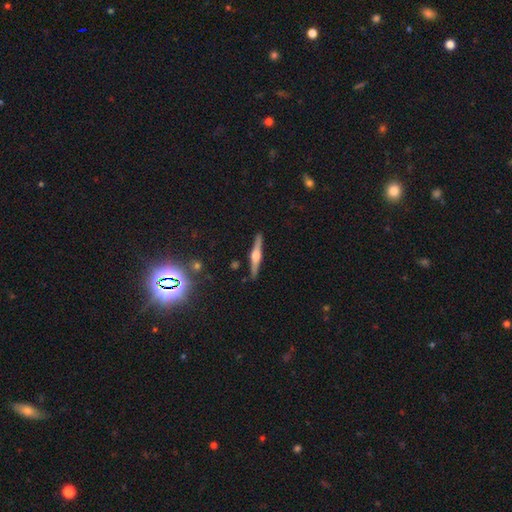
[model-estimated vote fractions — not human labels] smooth_or_featured: featured or disk (p=0.76) [alt: smooth p=0.18]
disk_edge_on: yes (p=0.98) [alt: no p=0.02]
edge_on_bulge: rounded (p=0.91) [alt: boxy p=0.07]
merging: none (p=0.90) [alt: minor disturbance p=0.07]